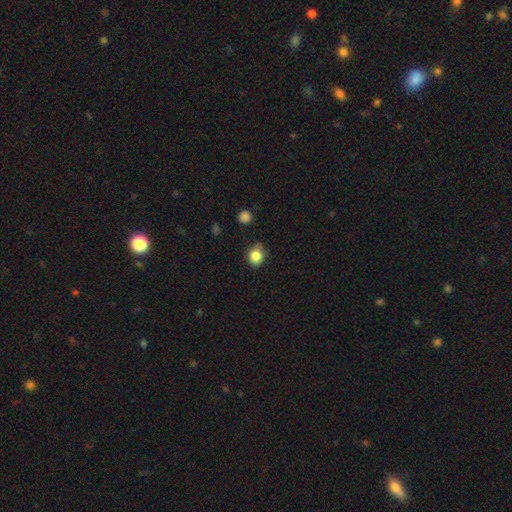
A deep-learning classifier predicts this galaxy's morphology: Q: Smooth or featured?
A: smooth (84%); runner-up: star or artifact (10%)
Q: How rounded?
A: round (67%); runner-up: in between (32%)
Q: Merging?
A: none (70%); runner-up: minor disturbance (23%)